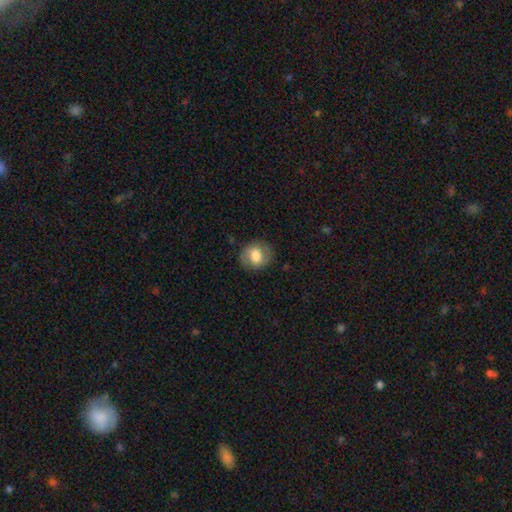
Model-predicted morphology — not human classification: smooth 69%, featured or disk 24%, star or artifact 8%. Down the decision tree: how rounded — round (67%); merging — none (80%).